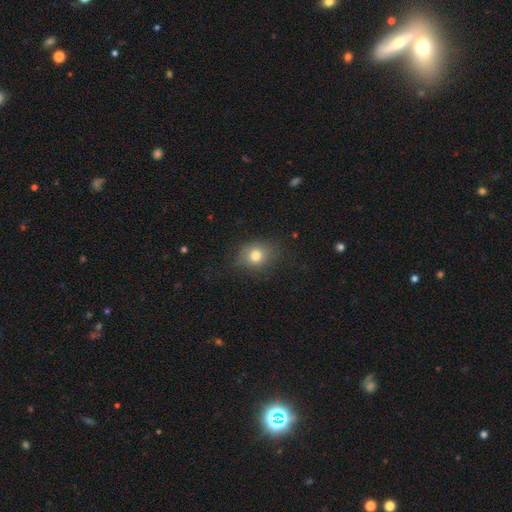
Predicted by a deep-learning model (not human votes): Smooth or featured: smooth — 77% (star or artifact — 13%)
How rounded: round — 66% (in between — 33%)
Merging: none — 77% (minor disturbance — 17%)